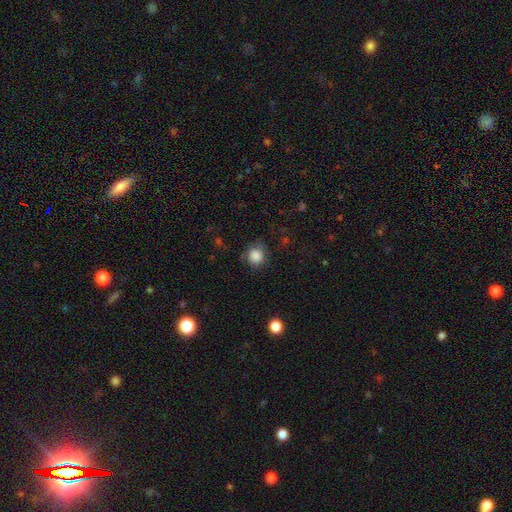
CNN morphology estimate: Smooth or featured?
  - smooth: 86% *
  - star or artifact: 9%
  - featured or disk: 5%
How rounded?
  - round: 84% *
  - in between: 15%
  - cigar-shaped: 1%
Merging?
  - none: 69% *
  - minor disturbance: 22%
  - major disturbance: 8%
  - merger: 2%